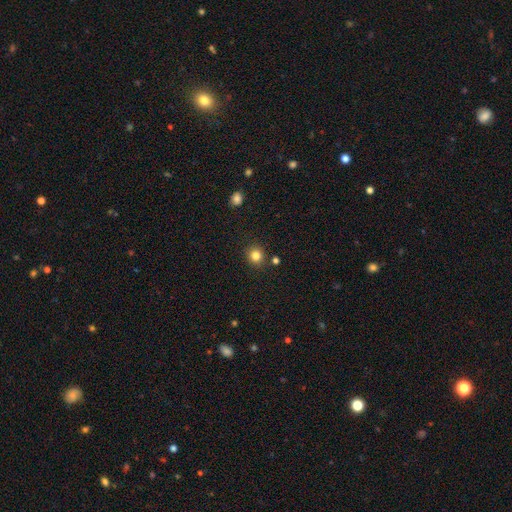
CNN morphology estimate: smooth-or-featured: smooth: 83% | star or artifact: 12% | featured or disk: 5%
  how-rounded: round: 89% | in between: 10% | cigar-shaped: 1%
  merging: none: 88% | minor disturbance: 7% | merger: 4% | major disturbance: 2%